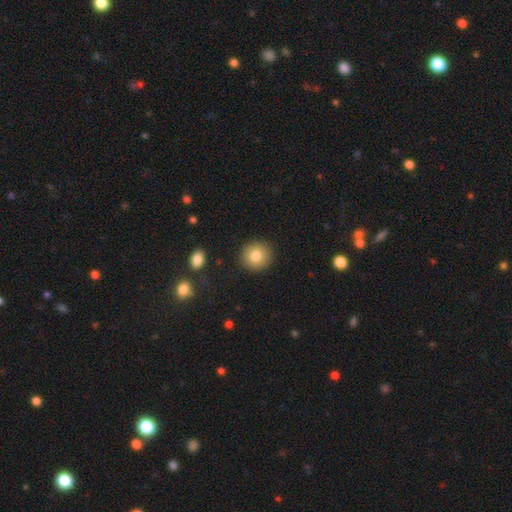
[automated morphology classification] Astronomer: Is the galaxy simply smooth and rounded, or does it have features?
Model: smooth — 82%.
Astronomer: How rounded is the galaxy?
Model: round — 90%.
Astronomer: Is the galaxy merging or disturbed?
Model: none — 90%.